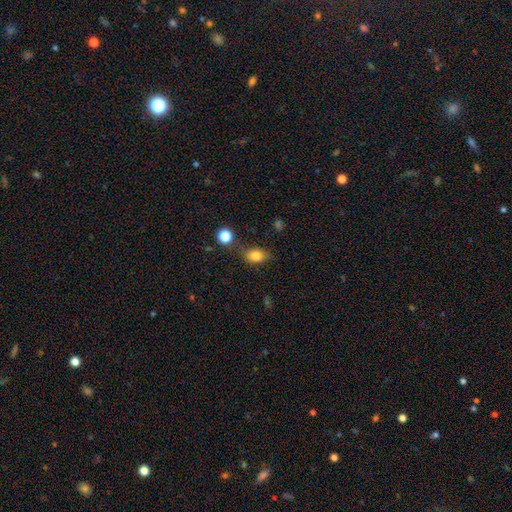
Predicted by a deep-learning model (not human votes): A smooth galaxy with no disk features (82%) that is in between round and cigar-shaped (69%).

Vote fractions:
- Smooth or featured? smooth: 82% / star or artifact: 11% / featured or disk: 8%
- How rounded? in between: 69% / round: 29% / cigar-shaped: 2%
- Merging? none: 66% / minor disturbance: 22% / merger: 6% / major disturbance: 6%